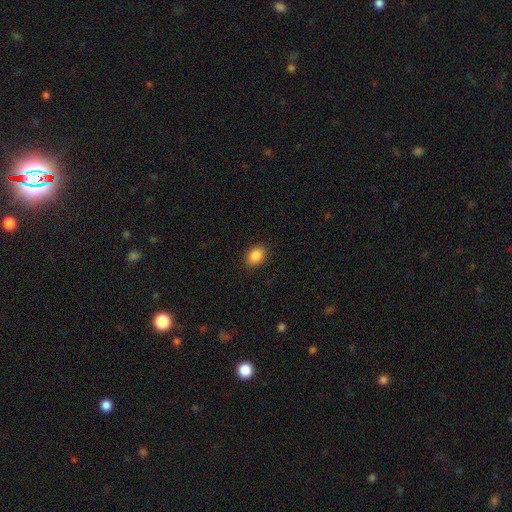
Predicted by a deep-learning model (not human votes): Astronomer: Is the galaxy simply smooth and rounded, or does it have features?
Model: smooth — 88%.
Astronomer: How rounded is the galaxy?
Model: in between — 74%.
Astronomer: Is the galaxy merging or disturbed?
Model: none — 90%.